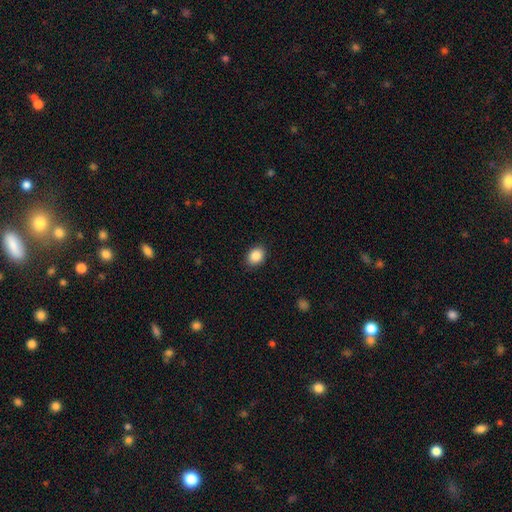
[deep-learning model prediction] Morphology: type=smooth (87%); roundness=in between (55%); merging=none (89%).